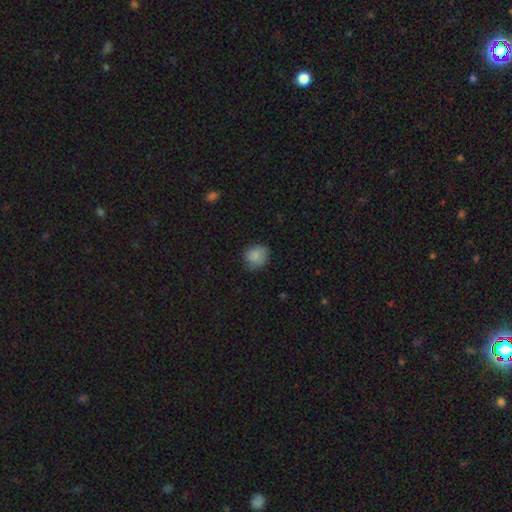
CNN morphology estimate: This appears to be a smooth galaxy with no disk features (85%) that is round (71%). Merging: none (75%).